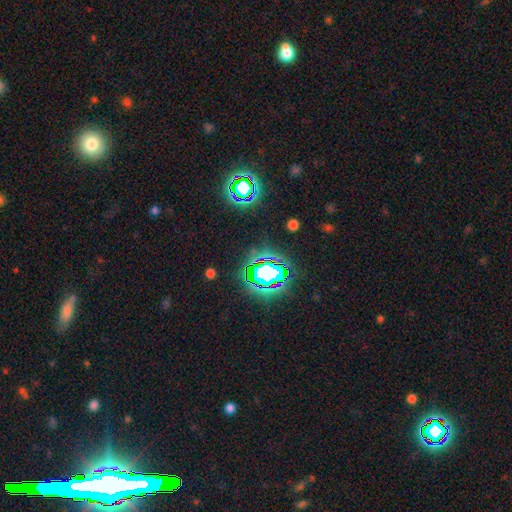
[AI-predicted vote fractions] A star or artifact, not a galaxy (79%).